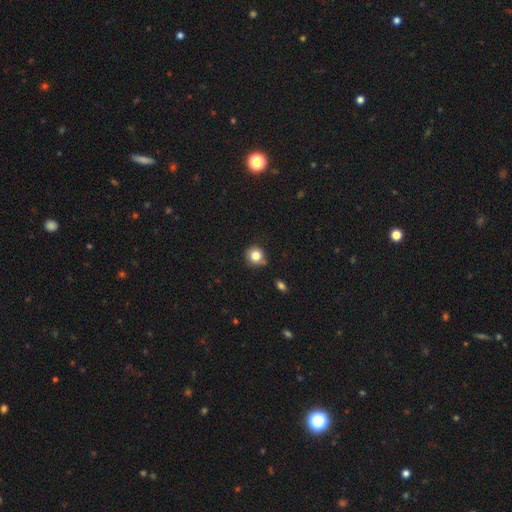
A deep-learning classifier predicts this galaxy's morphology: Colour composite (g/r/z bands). It shows a smooth galaxy with no disk features (83%) that is round (90%). Merging: none (72%).